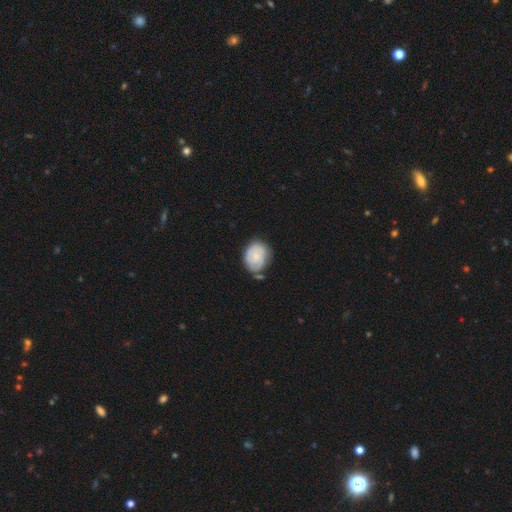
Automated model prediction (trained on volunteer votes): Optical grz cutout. It shows a featured or disk galaxy (51%). Merging: none (59%).